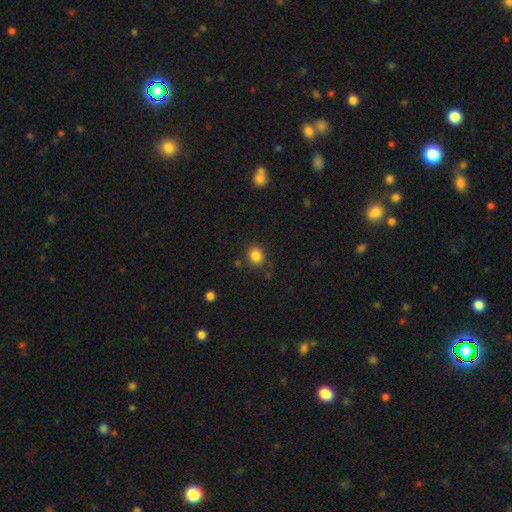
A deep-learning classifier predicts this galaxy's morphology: Smooth or featured? Predicted: smooth (p=0.84). How rounded? Predicted: round (p=0.70). Merging? Predicted: none (p=0.82).